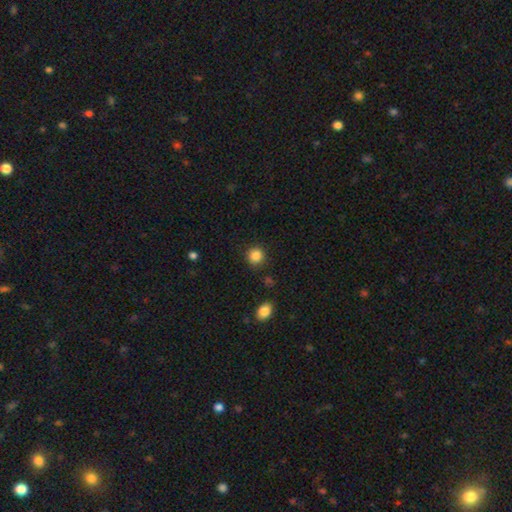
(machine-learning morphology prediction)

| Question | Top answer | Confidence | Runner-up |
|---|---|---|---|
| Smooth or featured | smooth | 86% | star or artifact (10%) |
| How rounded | round | 91% | in between (8%) |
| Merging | none | 87% | minor disturbance (8%) |